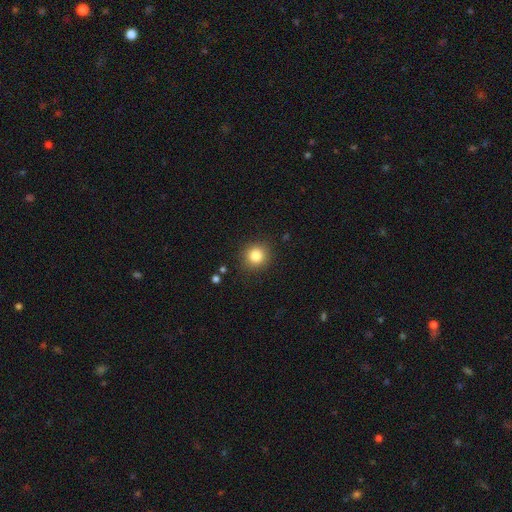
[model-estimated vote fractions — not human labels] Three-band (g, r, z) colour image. It shows a smooth galaxy with no disk features (83%) that is round (89%). Merging: none (88%).